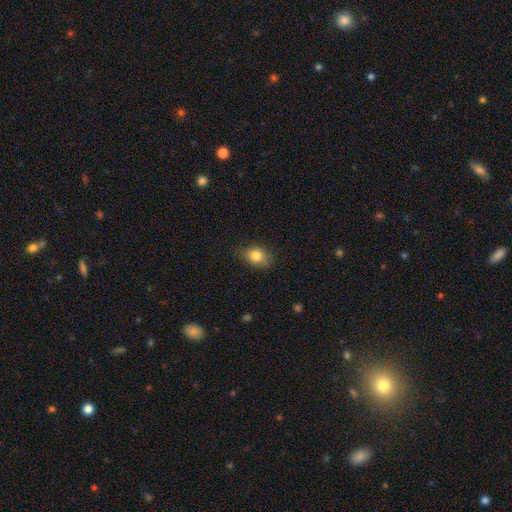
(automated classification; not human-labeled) Smooth or featured? Predicted: smooth (p=0.82). How rounded? Predicted: in between (p=0.60). Merging? Predicted: none (p=0.79).